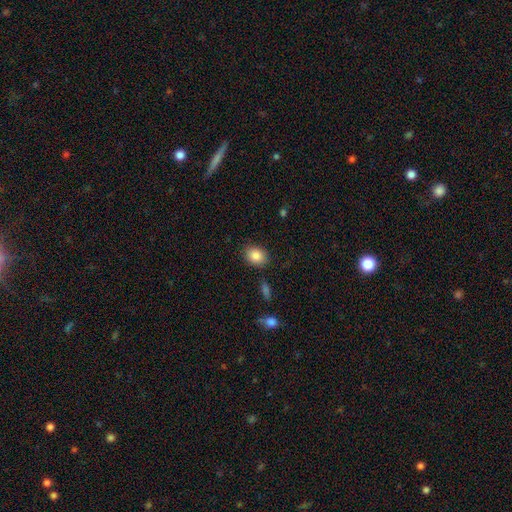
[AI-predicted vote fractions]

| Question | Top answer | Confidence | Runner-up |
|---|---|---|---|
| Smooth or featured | smooth | 86% | star or artifact (8%) |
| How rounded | in between | 54% | round (45%) |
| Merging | none | 86% | minor disturbance (9%) |